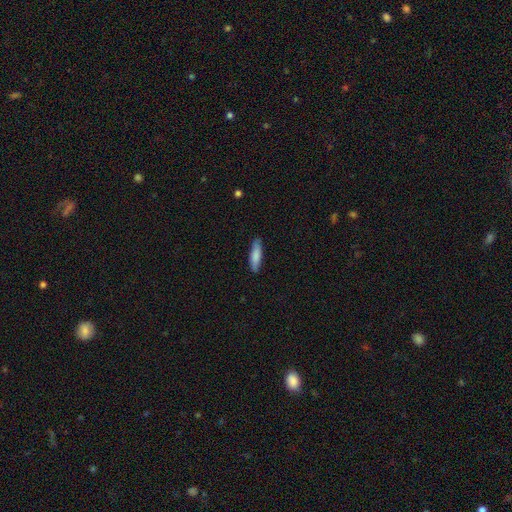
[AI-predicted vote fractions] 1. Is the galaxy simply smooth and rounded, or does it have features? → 83% smooth, 12% featured or disk, 5% star or artifact.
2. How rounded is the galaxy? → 70% cigar-shaped, 28% in between, 1% round.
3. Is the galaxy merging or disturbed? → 87% none, 10% minor disturbance, 2% major disturbance, 1% merger.